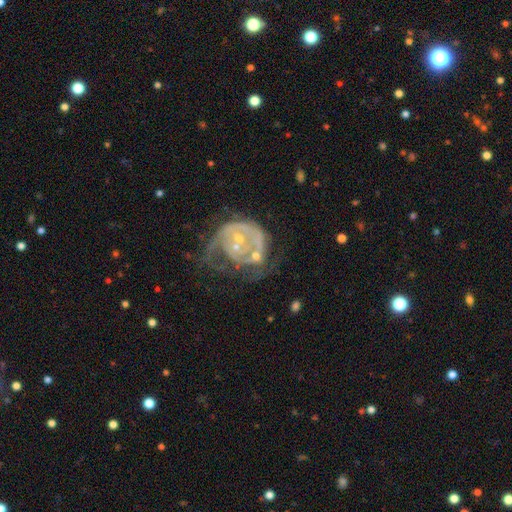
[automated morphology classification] type=featured or disk (78%); edge-on=no (98%); bar=no (80%); spiral arms=yes (62%); bulge=small (48%); merging=major disturbance (32%).